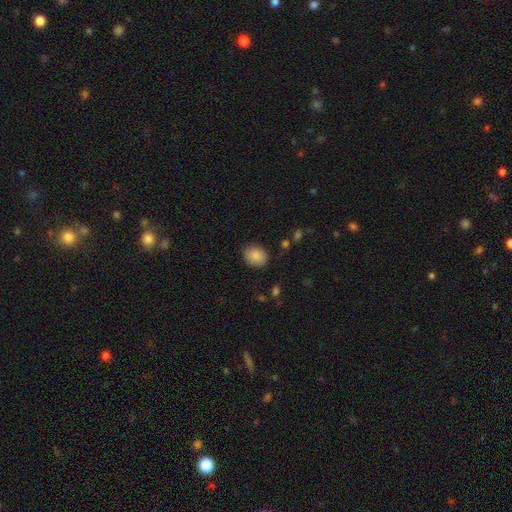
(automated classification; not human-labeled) This is clearly a smooth galaxy (87%). How rounded: possibly round (55%). Merging: clearly none (84%).